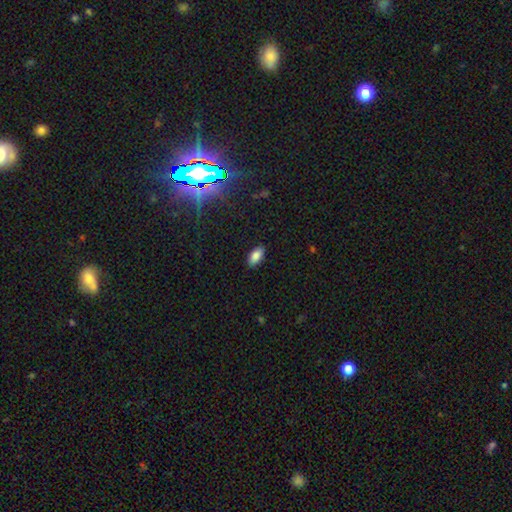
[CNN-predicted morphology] Smooth or featured? smooth (85%)
How rounded? in between (91%)
Merging? none (88%)